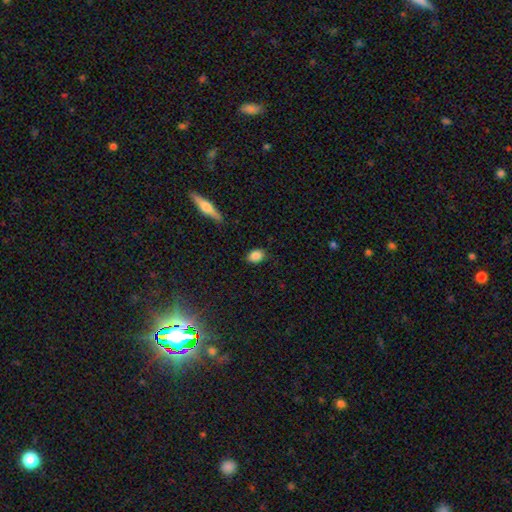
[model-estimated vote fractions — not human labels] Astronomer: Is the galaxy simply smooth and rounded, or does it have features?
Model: smooth — 86%.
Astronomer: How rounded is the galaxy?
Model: in between — 68%.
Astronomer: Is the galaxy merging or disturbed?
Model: none — 83%.